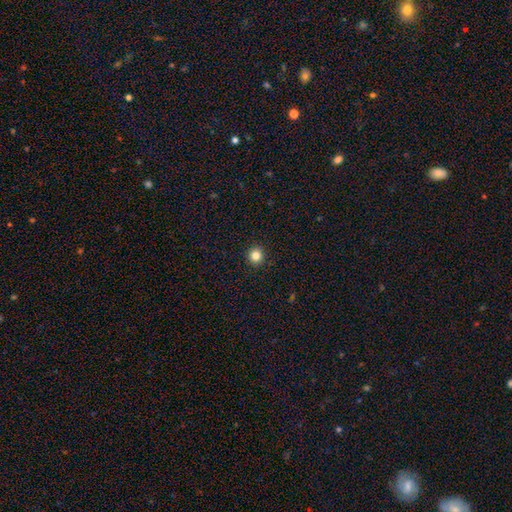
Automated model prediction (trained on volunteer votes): Smooth or featured: smooth — 83% (star or artifact — 12%)
How rounded: round — 93% (in between — 6%)
Merging: none — 93% (minor disturbance — 4%)